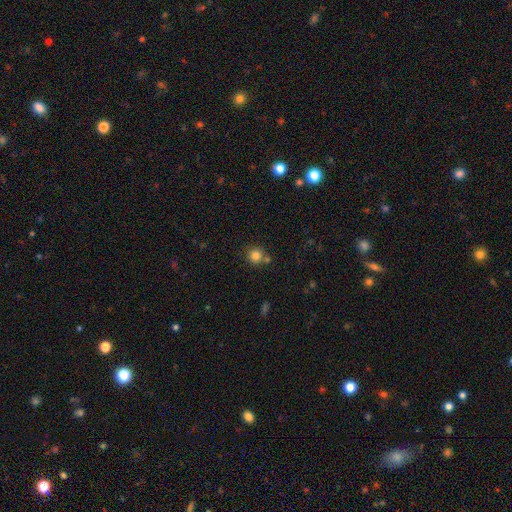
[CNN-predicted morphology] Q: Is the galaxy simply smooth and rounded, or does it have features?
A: smooth — 81%.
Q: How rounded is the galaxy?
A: round — 92%.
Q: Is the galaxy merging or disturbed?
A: none — 70%.